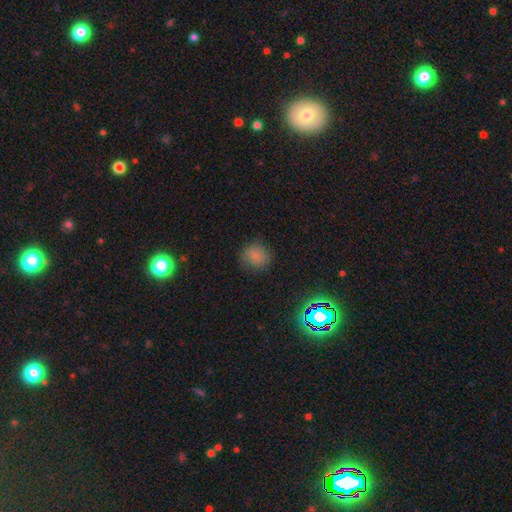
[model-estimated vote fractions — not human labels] A smooth galaxy with no disk features (81%) that is round (85%).

Vote fractions:
- Smooth or featured? smooth: 81% / star or artifact: 14% / featured or disk: 6%
- How rounded? round: 85% / in between: 14% / cigar-shaped: 1%
- Merging? none: 84% / minor disturbance: 12% / major disturbance: 4% / merger: 1%